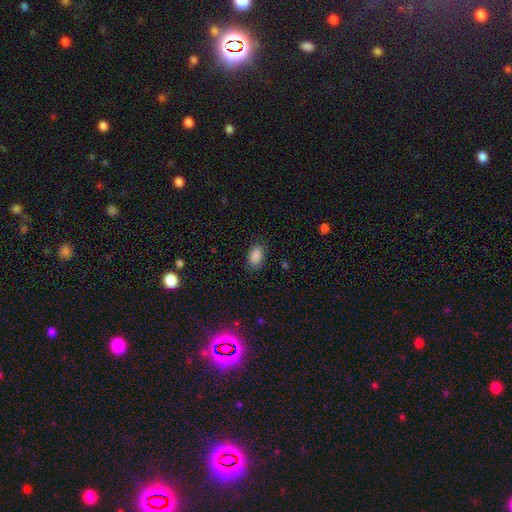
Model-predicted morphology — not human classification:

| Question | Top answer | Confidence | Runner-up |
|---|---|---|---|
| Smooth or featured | smooth | 88% | star or artifact (8%) |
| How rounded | in between | 89% | round (9%) |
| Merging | none | 84% | minor disturbance (12%) |